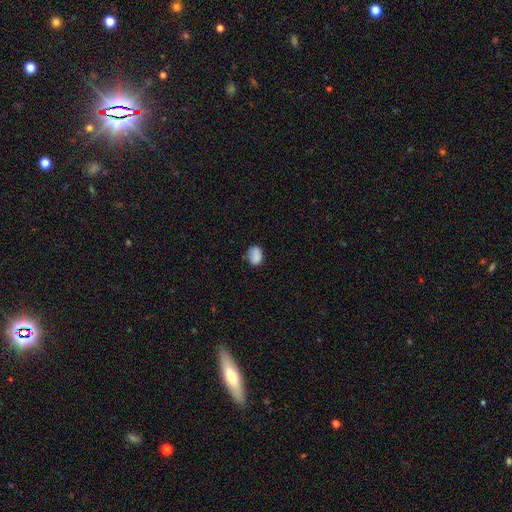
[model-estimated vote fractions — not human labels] smooth 87%, star or artifact 9%, featured or disk 5%. Down the decision tree: how rounded — in between (65%); merging — none (75%).